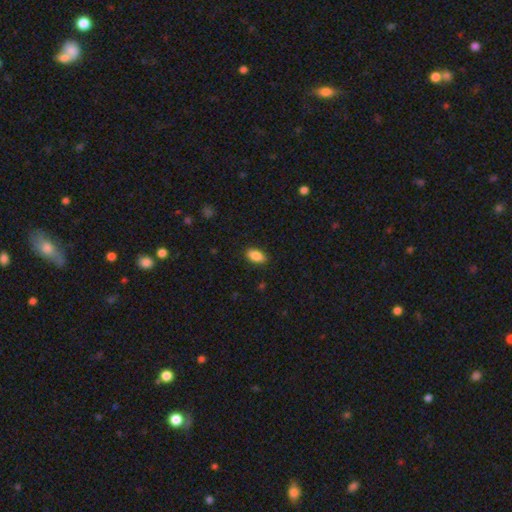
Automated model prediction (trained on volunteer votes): A smooth galaxy with no disk features (87%) that is in between round and cigar-shaped (92%). Merging: none (87%).